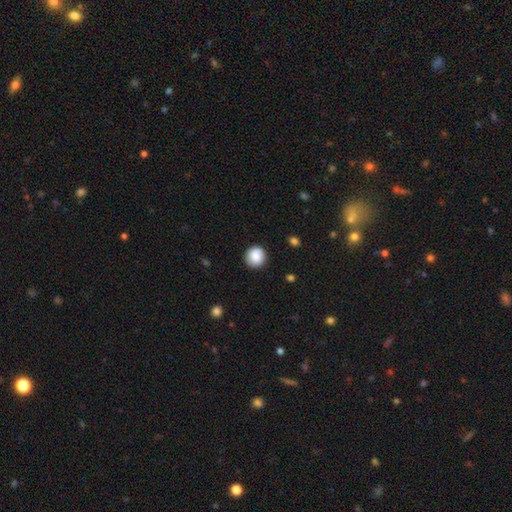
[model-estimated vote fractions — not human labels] This appears to be a smooth galaxy with no disk features (88%) that is round (90%). Merging: none (87%).